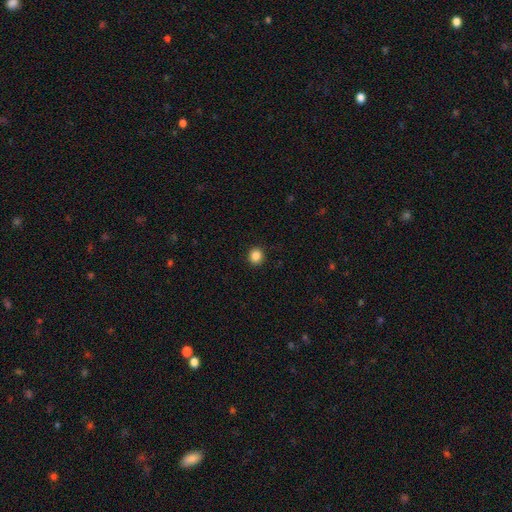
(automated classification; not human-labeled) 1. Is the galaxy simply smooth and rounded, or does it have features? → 86% smooth, 10% star or artifact, 3% featured or disk.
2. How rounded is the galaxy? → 87% round, 12% in between, 1% cigar-shaped.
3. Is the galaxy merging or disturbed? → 92% none, 6% minor disturbance, 2% major disturbance, 1% merger.